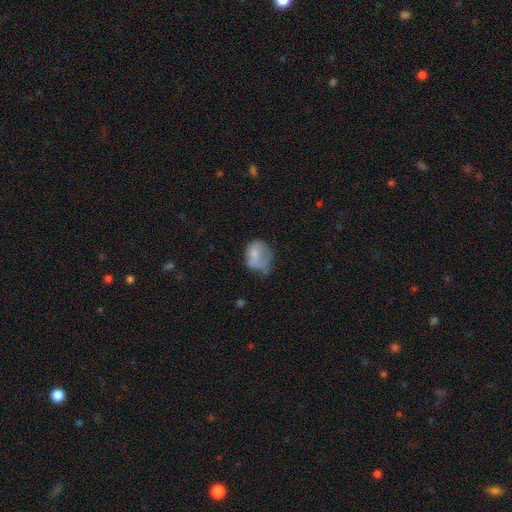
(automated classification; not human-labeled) Overall: smooth (68%). How rounded: in between (51%; round 48%). Merging: minor disturbance (35%; none 30%).